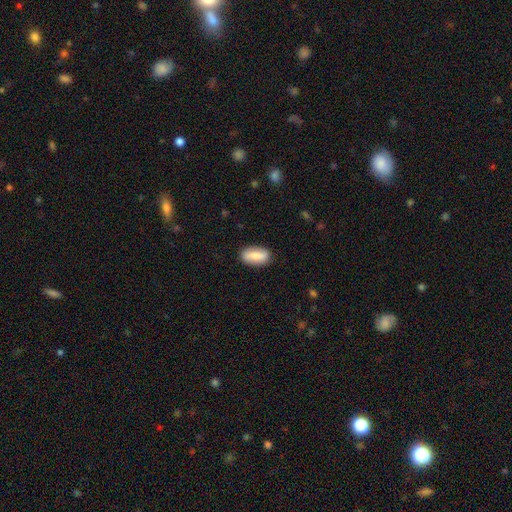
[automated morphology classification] This appears to be a smooth galaxy with no disk features (73%) that is in between round and cigar-shaped (87%). Merging: none (87%).